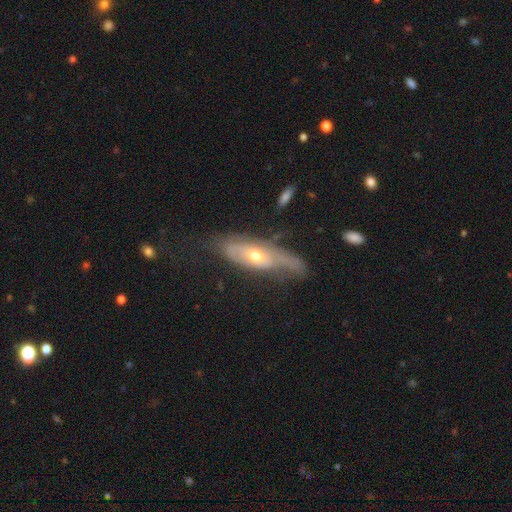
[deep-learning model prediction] Q: Smooth or featured?
A: featured or disk (63%); runner-up: smooth (31%)
Q: Edge-on disk?
A: no (75%); runner-up: yes (25%)
Q: Merging?
A: none (35%); runner-up: minor disturbance (30%)